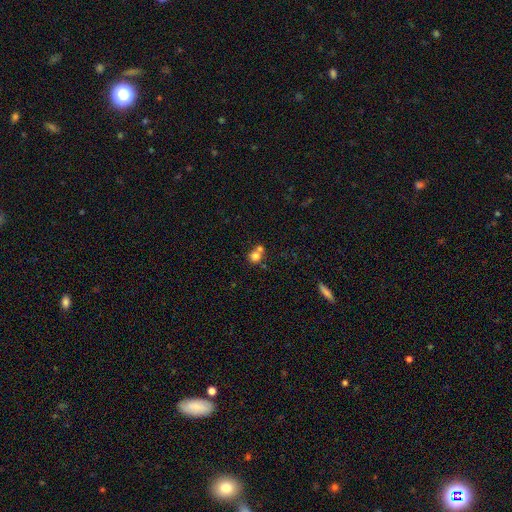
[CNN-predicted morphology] Smooth or featured? smooth (76%)
How rounded? round (82%)
Merging? merger (51%)